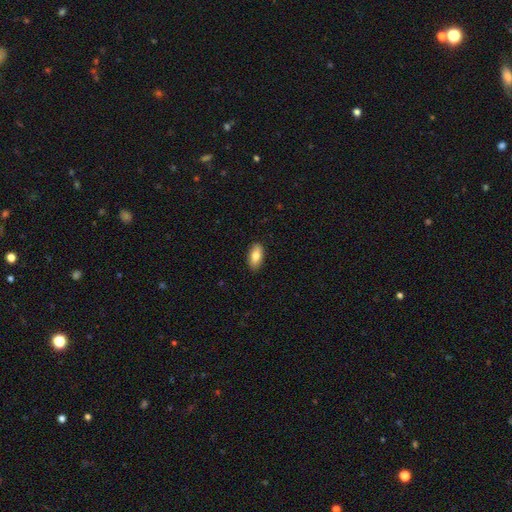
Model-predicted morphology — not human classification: A smooth galaxy with no disk features (80%) that is in between round and cigar-shaped (88%). Merging: none (89%).